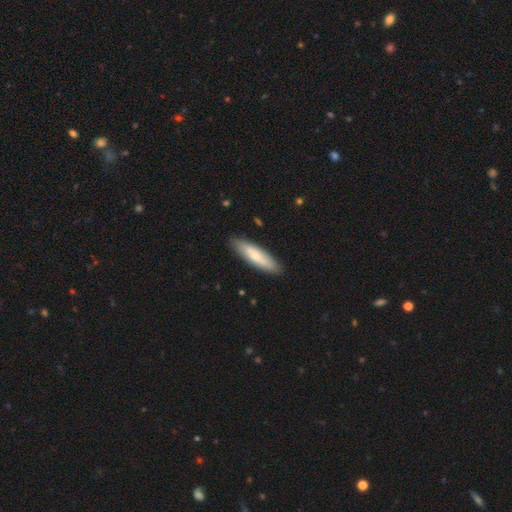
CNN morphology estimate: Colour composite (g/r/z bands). It shows a smooth galaxy with no disk features (65%) that is cigar-shaped (71%). Merging: none (87%).